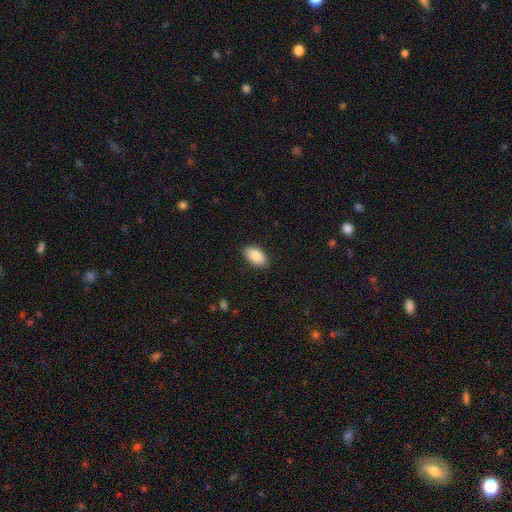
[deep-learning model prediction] smooth 87%, star or artifact 6%, featured or disk 6%. Down the decision tree: how rounded — in between (94%); merging — none (88%).